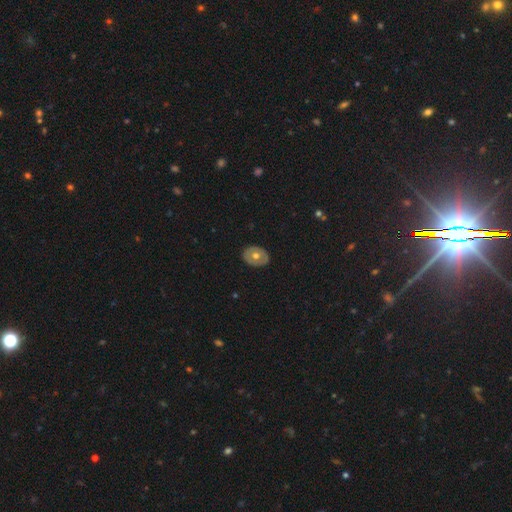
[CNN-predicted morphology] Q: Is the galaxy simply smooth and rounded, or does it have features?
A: smooth — 49%.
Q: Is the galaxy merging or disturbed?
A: none — 86%.